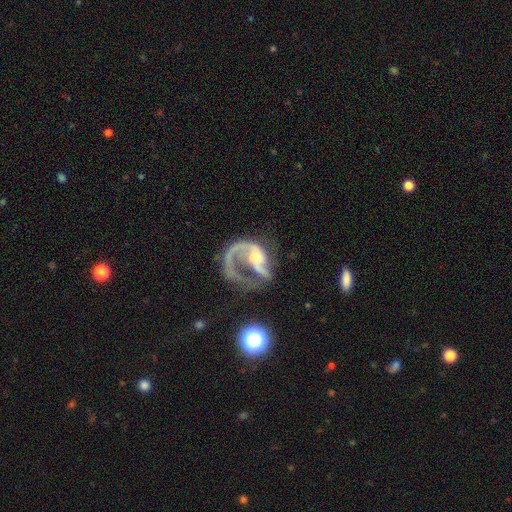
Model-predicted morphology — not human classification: This is clearly a featured or disk galaxy (84%). It is clearly not viewed edge-on (98%). Bar: possibly no (59%). Spiral arm pattern: clearly yes (88%). Spiral arm count: possibly 1 (57%). Spiral winding: possibly loose (58%). Central bulge: marginally moderate (44%, tied with small). Merging: possibly major disturbance (54%).